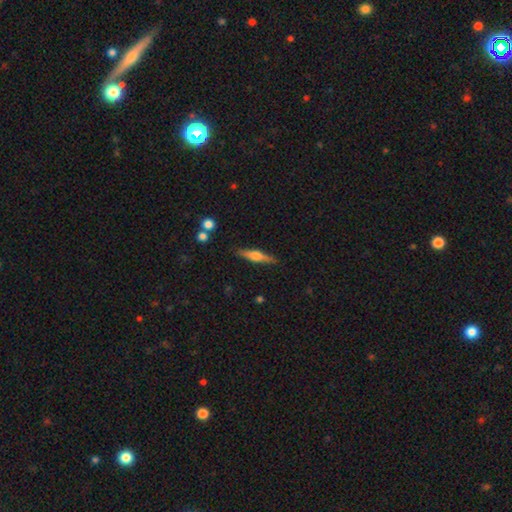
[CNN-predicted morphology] A featured or disk galaxy (56%) viewed edge-on (96%) with a rounded central bulge (86%).

Vote fractions:
- Smooth or featured? featured or disk: 56% / smooth: 37% / star or artifact: 6%
- Edge-on disk? yes: 96% / no: 4%
- Edge-on bulge? rounded: 86% / boxy: 10% / none: 4%
- Merging? none: 88% / minor disturbance: 8% / major disturbance: 2% / merger: 2%